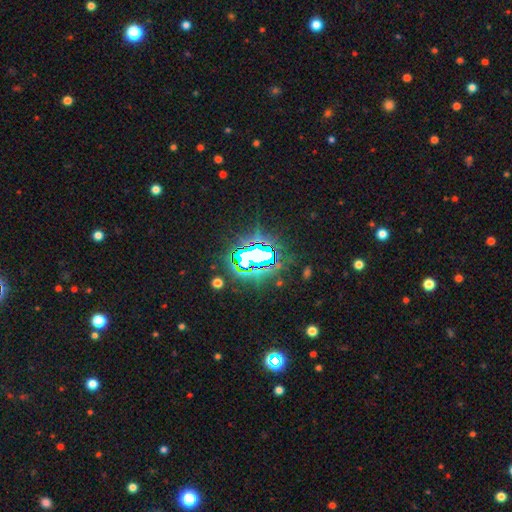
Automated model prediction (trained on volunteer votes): This is likely a star or artifact rather than a galaxy (73%).